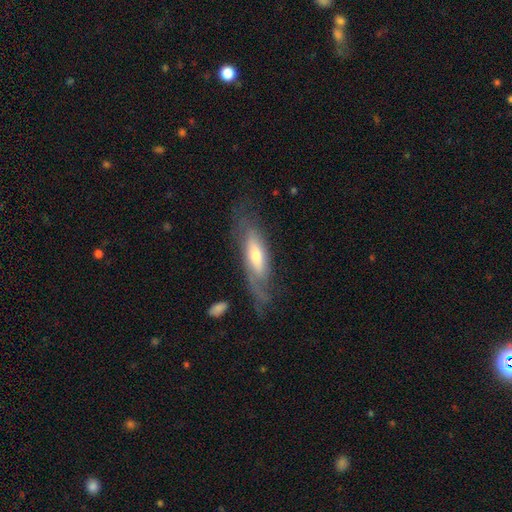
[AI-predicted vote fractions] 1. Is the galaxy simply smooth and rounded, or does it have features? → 61% featured or disk, 33% smooth, 6% star or artifact.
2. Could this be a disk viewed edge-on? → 61% no, 39% yes.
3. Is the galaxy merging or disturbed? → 59% none, 23% minor disturbance, 16% major disturbance, 2% merger.